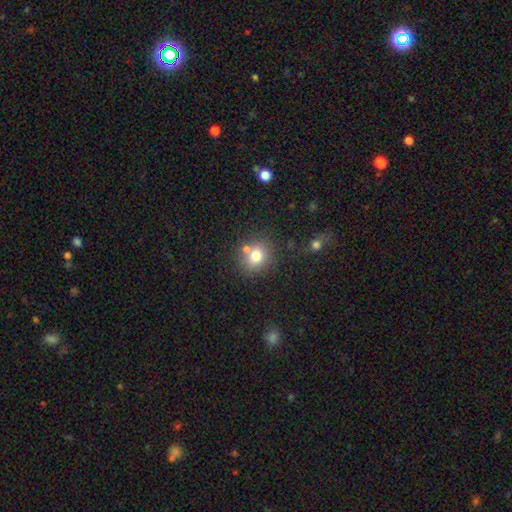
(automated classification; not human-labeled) smooth-or-featured: smooth: 76% | star or artifact: 13% | featured or disk: 12%
  how-rounded: round: 77% | in between: 22% | cigar-shaped: 1%
  merging: none: 66% | merger: 19% | minor disturbance: 11% | major disturbance: 4%